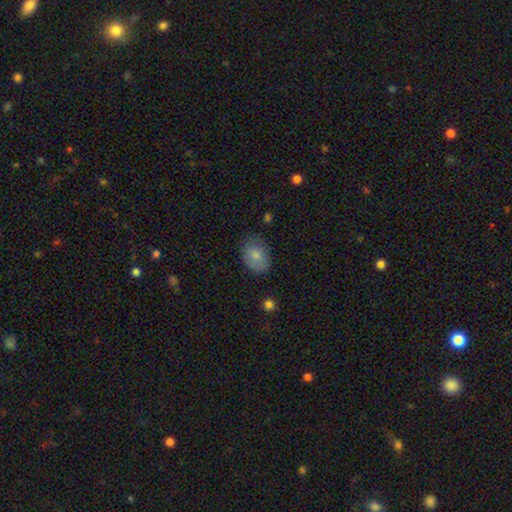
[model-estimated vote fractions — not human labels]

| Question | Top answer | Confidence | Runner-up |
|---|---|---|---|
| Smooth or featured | smooth | 80% | featured or disk (13%) |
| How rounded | in between | 73% | round (26%) |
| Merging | none | 71% | minor disturbance (22%) |